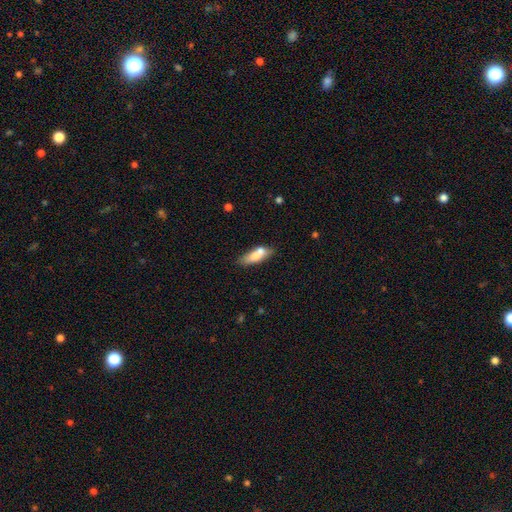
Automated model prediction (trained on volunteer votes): Smooth or featured: smooth — 71% (featured or disk — 22%)
How rounded: in between — 54% (cigar-shaped — 43%)
Merging: none — 54% (merger — 22%)